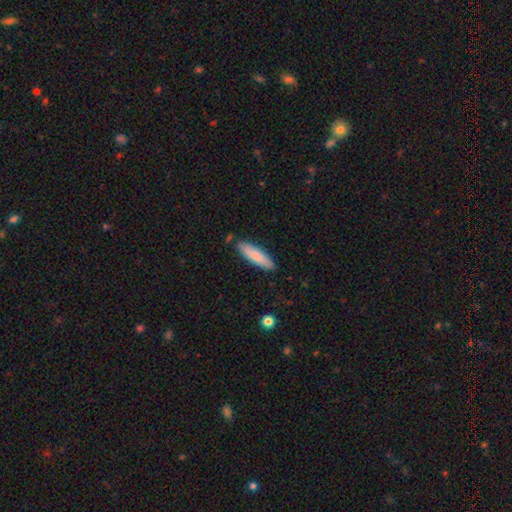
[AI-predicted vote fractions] Smooth or featured: smooth — 81% (featured or disk — 13%)
How rounded: cigar-shaped — 68% (in between — 31%)
Merging: none — 84% (minor disturbance — 12%)